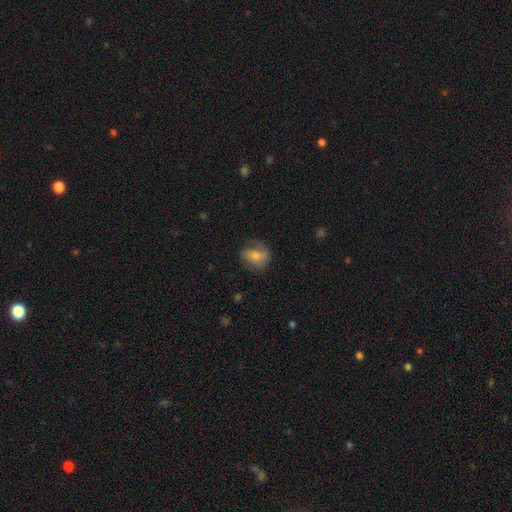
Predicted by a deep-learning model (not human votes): smooth_or_featured: smooth (p=0.56) [alt: featured or disk p=0.35]
how_rounded: in between (p=0.51) [alt: round p=0.47]
merging: none (p=0.63) [alt: minor disturbance p=0.24]